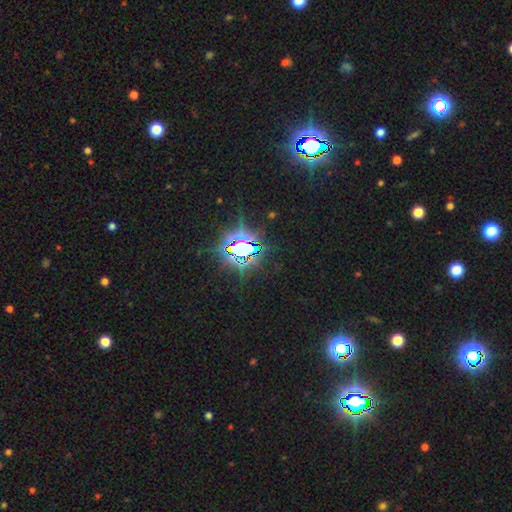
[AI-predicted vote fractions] Smooth or featured? Predicted: star or artifact (p=0.83).